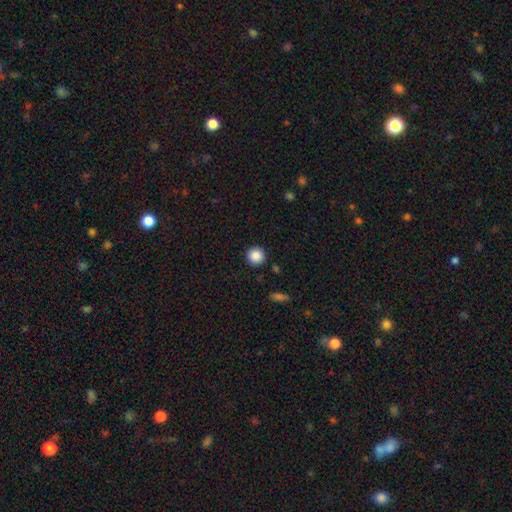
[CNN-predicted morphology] Overall: smooth (88%). How rounded: round (95%). Merging: none (92%).